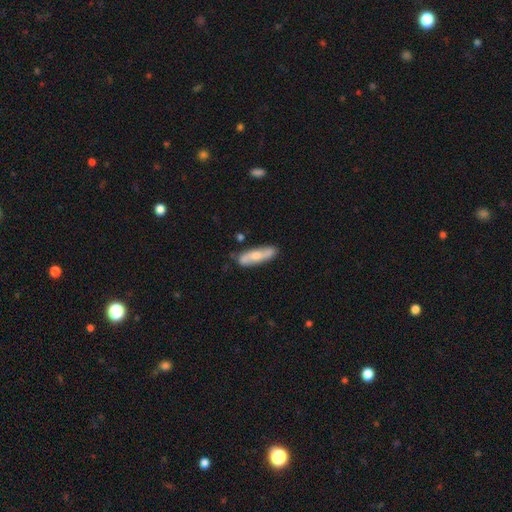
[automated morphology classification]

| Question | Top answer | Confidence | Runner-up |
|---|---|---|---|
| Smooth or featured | smooth | 47% | tied: featured or disk (47%) |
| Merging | none | 77% | minor disturbance (16%) |